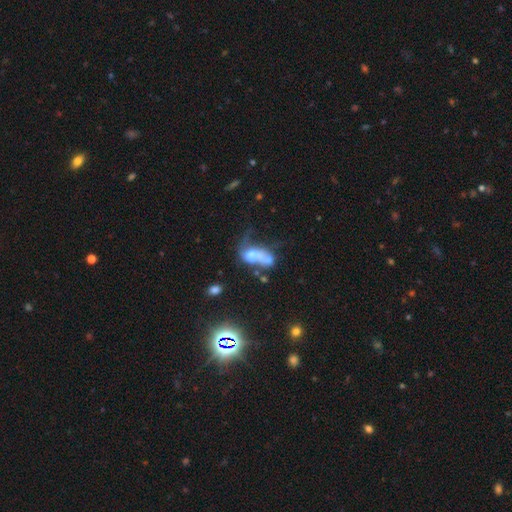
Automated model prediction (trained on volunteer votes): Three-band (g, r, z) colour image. It shows a smooth galaxy with no disk features (45%). Merging: merger (53%).